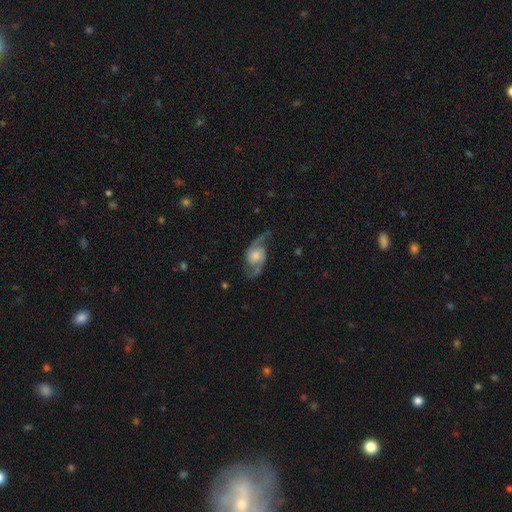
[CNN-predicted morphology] Smooth or featured? featured or disk (87%)
Edge-on disk? no (97%)
Bar? no (63%)
Spiral arms? yes (97%)
Spiral winding? loose (49%)
Spiral arm count? 2 (93%)
Bulge size? moderate (35%)
Merging? none (72%)